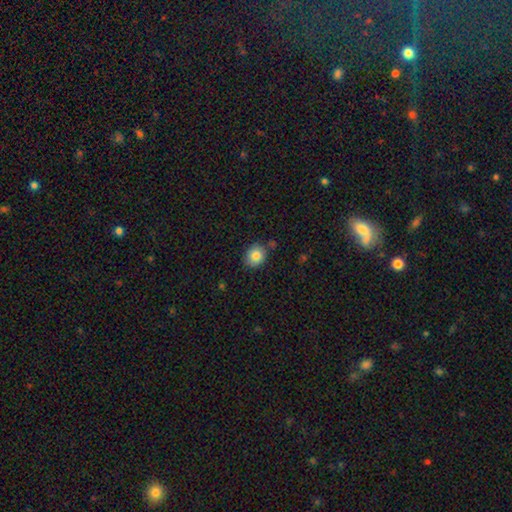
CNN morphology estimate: Smooth or featured? Predicted: smooth (p=0.84). How rounded? Predicted: round (p=0.65). Merging? Predicted: none (p=0.78).